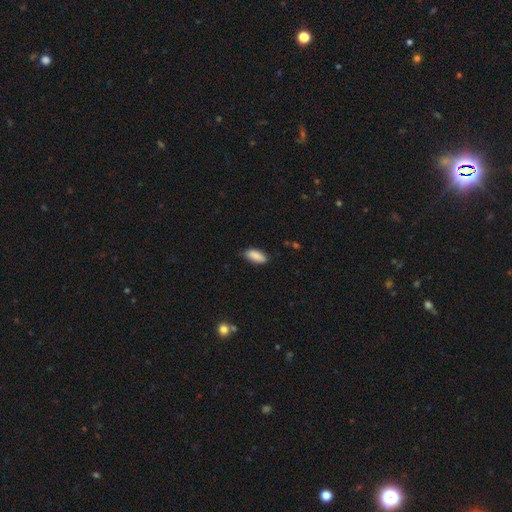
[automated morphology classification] This appears to be a smooth galaxy with no disk features (88%) that is in between round and cigar-shaped (85%). Merging: none (79%).